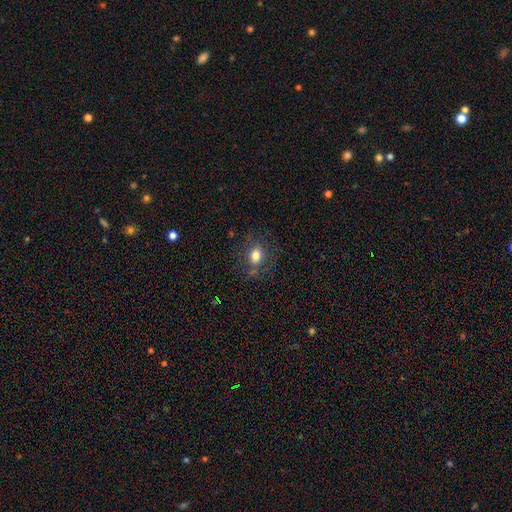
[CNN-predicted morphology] smooth 76%, featured or disk 12%, star or artifact 12%. Down the decision tree: how rounded — round (55%); merging — none (74%).